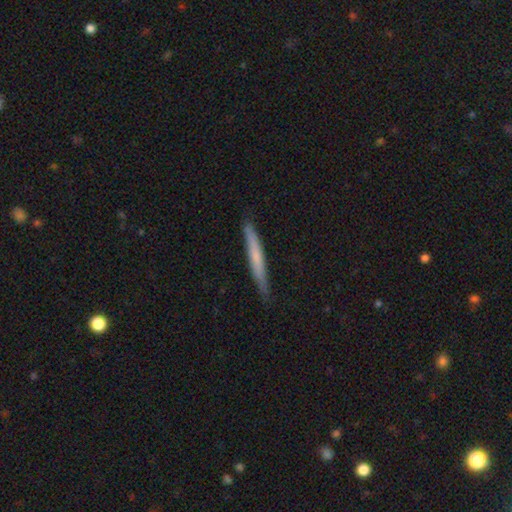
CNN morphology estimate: Q: Smooth or featured?
A: smooth (59%); runner-up: featured or disk (36%)
Q: How rounded?
A: cigar-shaped (96%); runner-up: in between (2%)
Q: Merging?
A: none (87%); runner-up: minor disturbance (11%)